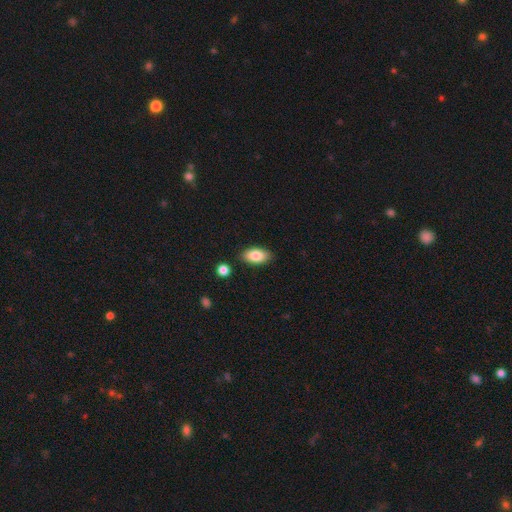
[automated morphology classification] This is clearly a smooth galaxy (84%). How rounded: clearly in between (92%). Merging: clearly none (86%).